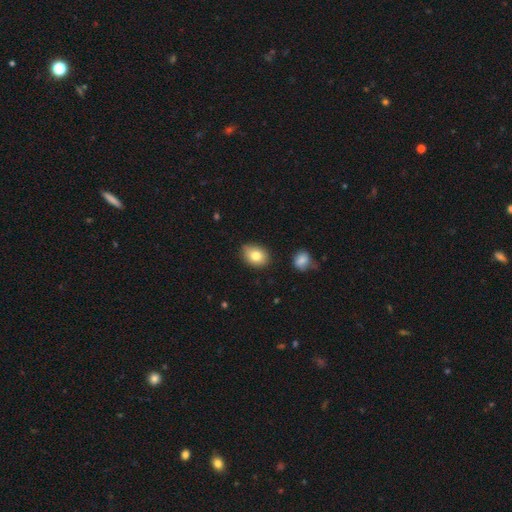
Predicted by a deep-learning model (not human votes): smooth-or-featured: smooth: 81% | featured or disk: 11% | star or artifact: 9%
  how-rounded: in between: 69% | round: 30% | cigar-shaped: 1%
  merging: none: 77% | minor disturbance: 18% | major disturbance: 3% | merger: 2%